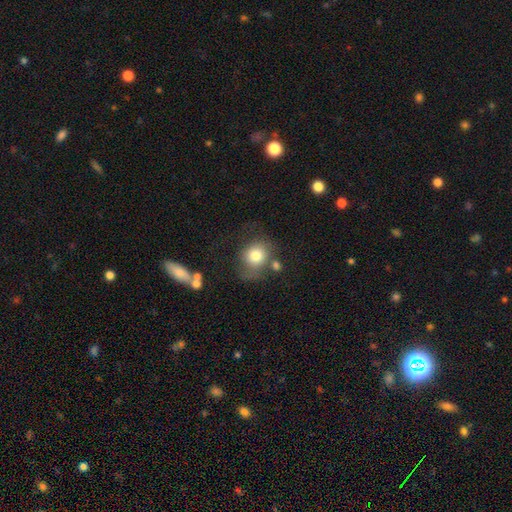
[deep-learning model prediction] Smooth or featured? Predicted: smooth (p=0.76). How rounded? Predicted: round (p=0.75). Merging? Predicted: none (p=0.47).